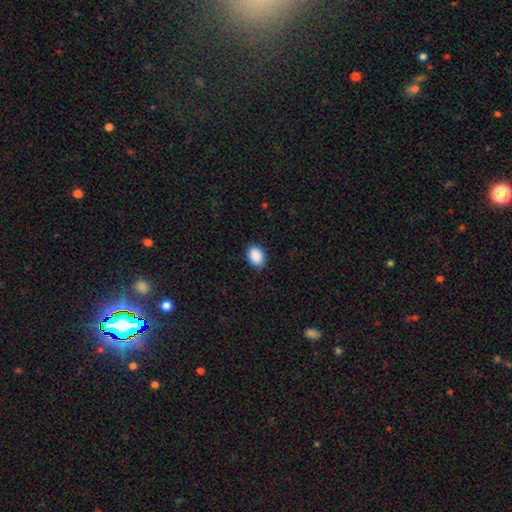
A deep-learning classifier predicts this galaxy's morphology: A smooth galaxy with no disk features (90%) that is in between round and cigar-shaped (72%). Merging: none (88%).